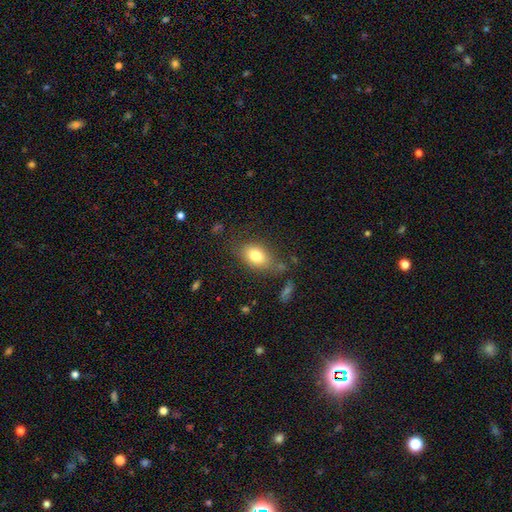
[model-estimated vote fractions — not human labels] This appears to be a smooth galaxy with no disk features (78%) that is in between round and cigar-shaped (83%). Merging: none (68%).